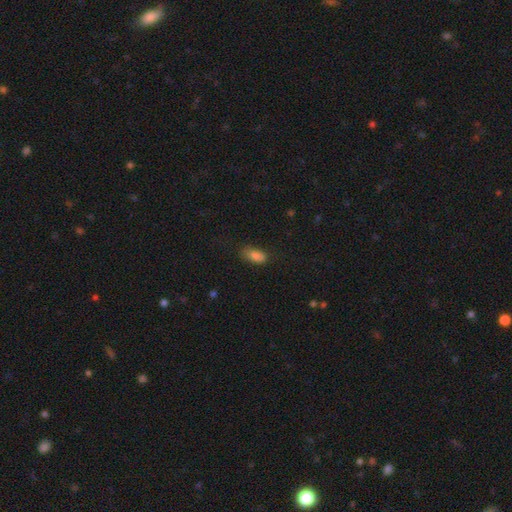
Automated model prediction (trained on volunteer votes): Morphology: type=smooth (85%); roundness=in between (88%); merging=none (70%).